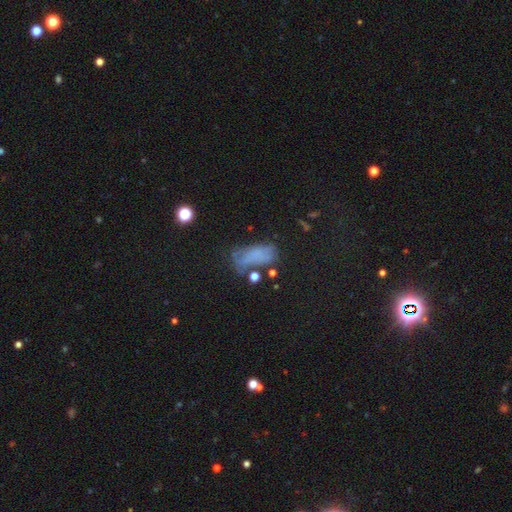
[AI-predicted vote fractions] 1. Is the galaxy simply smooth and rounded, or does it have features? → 53% smooth, 27% star or artifact, 20% featured or disk.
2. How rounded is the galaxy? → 81% in between, 11% cigar-shaped, 8% round.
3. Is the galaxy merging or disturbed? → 41% none, 28% minor disturbance, 22% major disturbance, 8% merger.